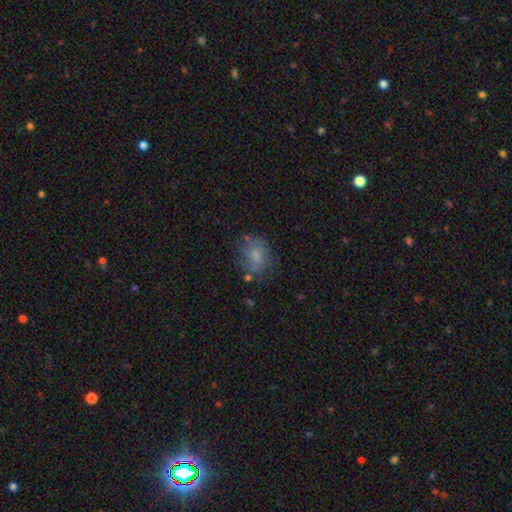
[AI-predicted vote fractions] smooth 67%, featured or disk 22%, star or artifact 11%. Down the decision tree: how rounded — round (52%); merging — none (57%).